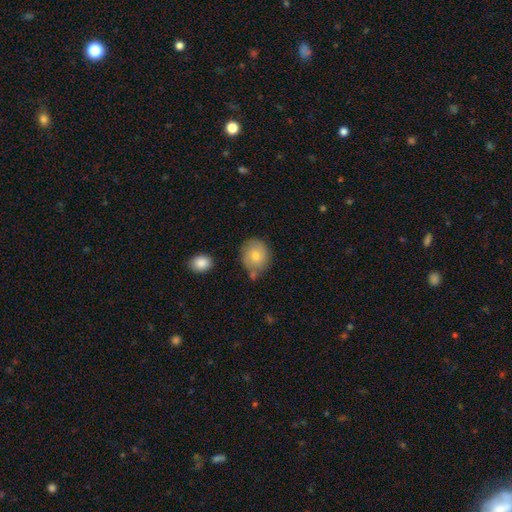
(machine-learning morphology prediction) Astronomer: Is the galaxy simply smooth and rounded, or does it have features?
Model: smooth — 68%.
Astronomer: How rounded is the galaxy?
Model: round — 76%.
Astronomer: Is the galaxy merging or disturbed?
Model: none — 70%.